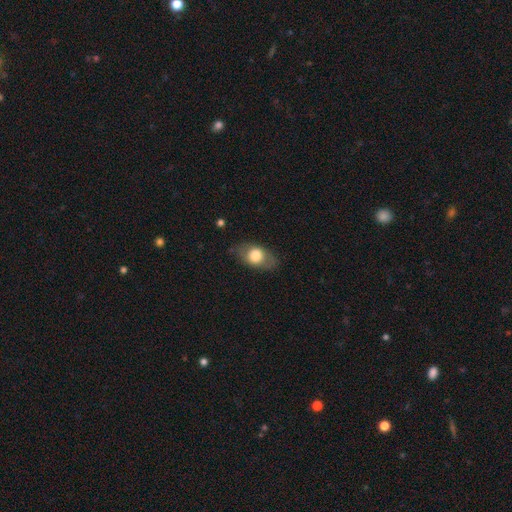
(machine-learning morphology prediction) smooth_or_featured: smooth (p=0.65) [alt: featured or disk p=0.29]
how_rounded: in between (p=0.80) [alt: round p=0.17]
merging: none (p=0.78) [alt: minor disturbance p=0.16]